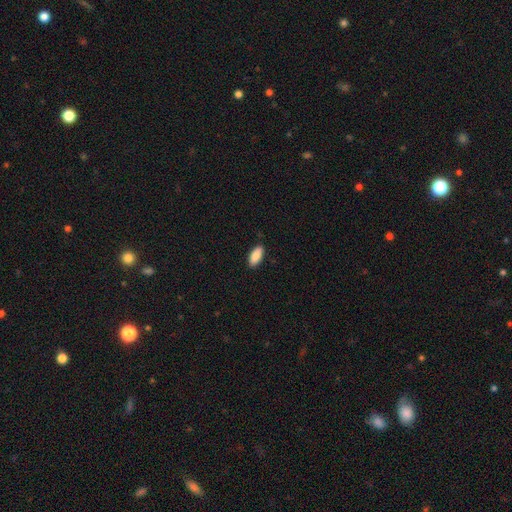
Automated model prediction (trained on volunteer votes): Morphology: type=smooth (89%); roundness=in between (86%); merging=none (89%).